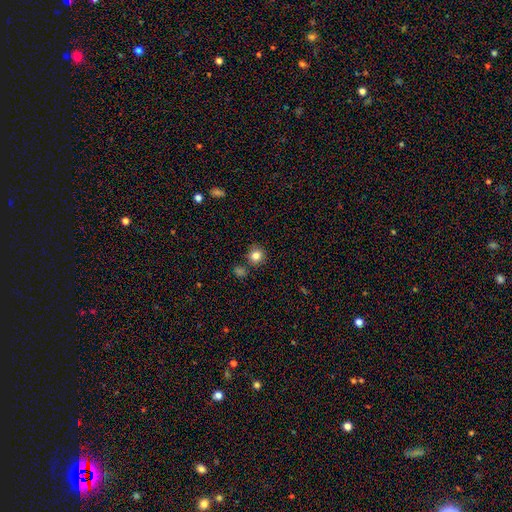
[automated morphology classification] This appears to be a smooth galaxy with no disk features (83%) that is round (88%). Merging: none (82%).